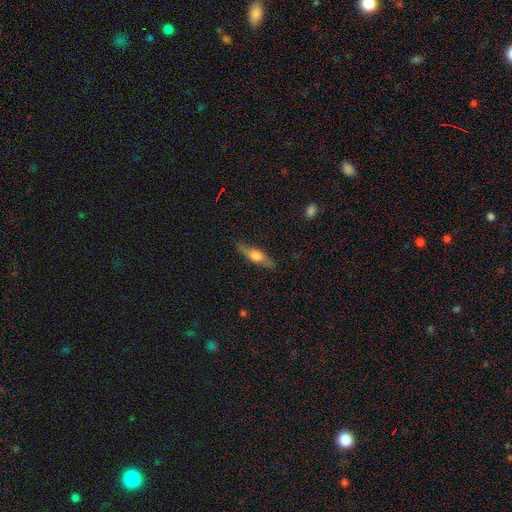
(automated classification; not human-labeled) smooth-or-featured: featured or disk: 48% | smooth: 46% | star or artifact: 6%
  merging: none: 82% | minor disturbance: 13% | major disturbance: 3% | merger: 1%